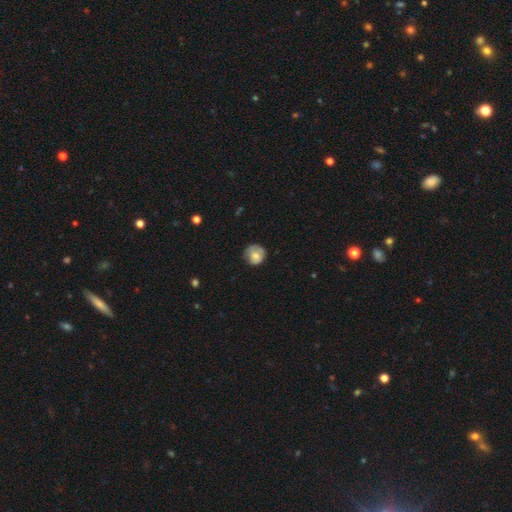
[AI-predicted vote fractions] A smooth galaxy with no disk features (71%) that is round (86%). Merging: none (64%).